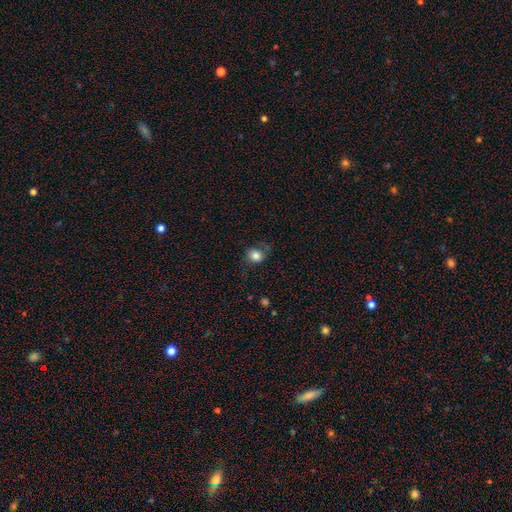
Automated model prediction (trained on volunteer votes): The model was most divided on "how rounded": round: 67%, in between: 32%, cigar-shaped: 1%. More confident: smooth or featured — smooth (79%); merging — none (62%).